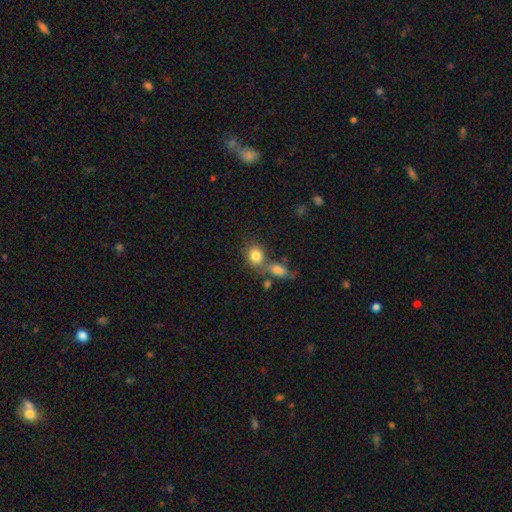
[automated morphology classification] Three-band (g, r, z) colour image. It shows a smooth galaxy with no disk features (81%) that is round (67%). Merging: none (50%).